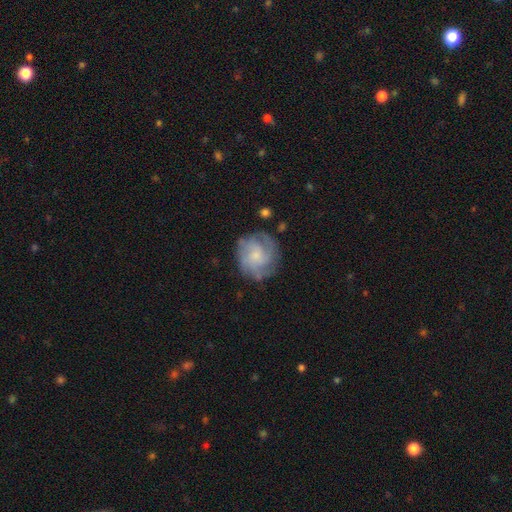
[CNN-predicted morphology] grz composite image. It shows a featured or disk galaxy (62%) with no bar (72%), tight (48%) spiral arms (84%) and a small central bulge (47%). Merging: none (71%).